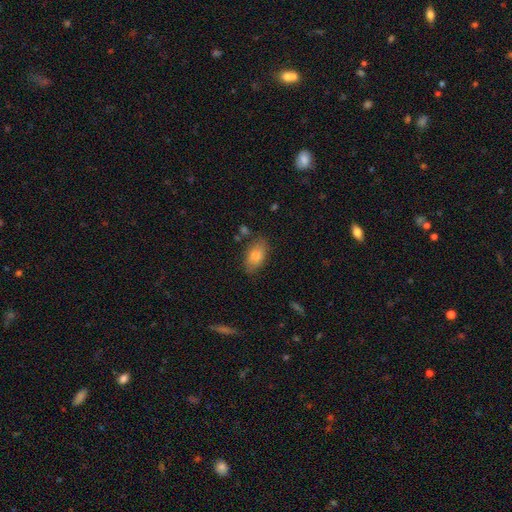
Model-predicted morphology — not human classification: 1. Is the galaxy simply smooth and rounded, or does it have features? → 82% smooth, 10% featured or disk, 8% star or artifact.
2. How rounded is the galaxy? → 91% in between, 5% round, 4% cigar-shaped.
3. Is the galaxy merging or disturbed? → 70% none, 20% minor disturbance, 6% major disturbance, 4% merger.